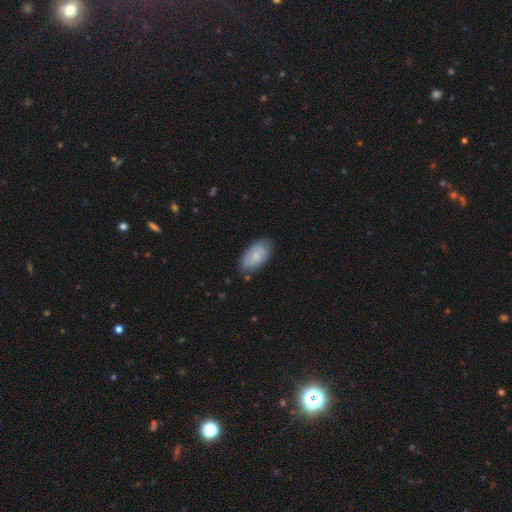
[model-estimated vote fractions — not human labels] Smooth or featured? Predicted: smooth (p=0.72). How rounded? Predicted: in between (p=0.94). Merging? Predicted: none (p=0.74).